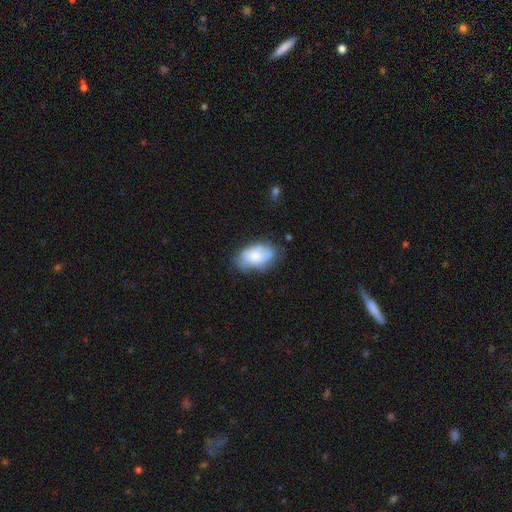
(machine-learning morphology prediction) Smooth or featured: smooth — 64% (featured or disk — 28%)
How rounded: in between — 91% (round — 7%)
Merging: none — 50% (minor disturbance — 30%)